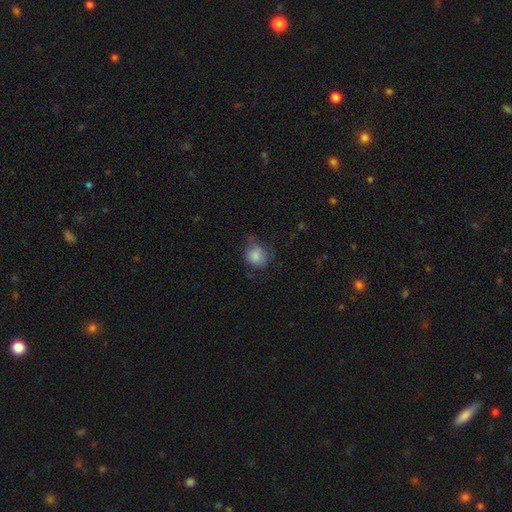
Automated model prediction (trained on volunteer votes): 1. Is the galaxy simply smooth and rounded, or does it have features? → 80% smooth, 12% featured or disk, 8% star or artifact.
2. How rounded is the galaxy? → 71% round, 29% in between, 1% cigar-shaped.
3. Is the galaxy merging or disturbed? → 47% none, 33% minor disturbance, 18% major disturbance, 2% merger.